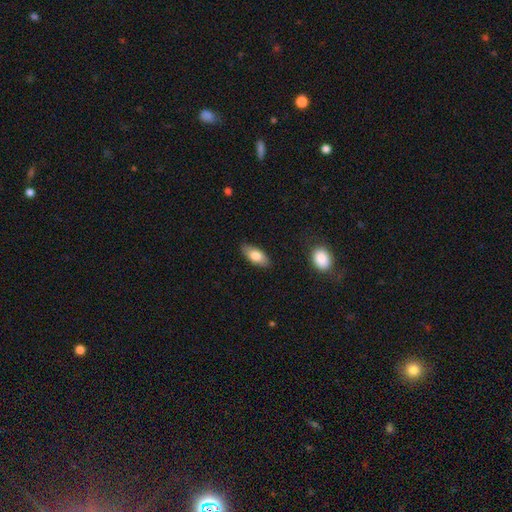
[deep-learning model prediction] A smooth galaxy with no disk features (79%) that is in between round and cigar-shaped (86%).

Vote fractions:
- Smooth or featured? smooth: 79% / featured or disk: 14% / star or artifact: 6%
- How rounded? in between: 86% / cigar-shaped: 12% / round: 3%
- Merging? none: 84% / minor disturbance: 12% / major disturbance: 2% / merger: 1%